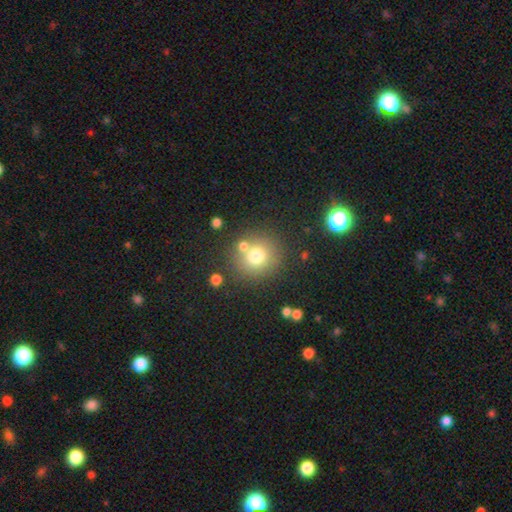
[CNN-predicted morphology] Smooth or featured: smooth — 74% (star or artifact — 14%)
How rounded: round — 90% (in between — 10%)
Merging: none — 73% (merger — 13%)